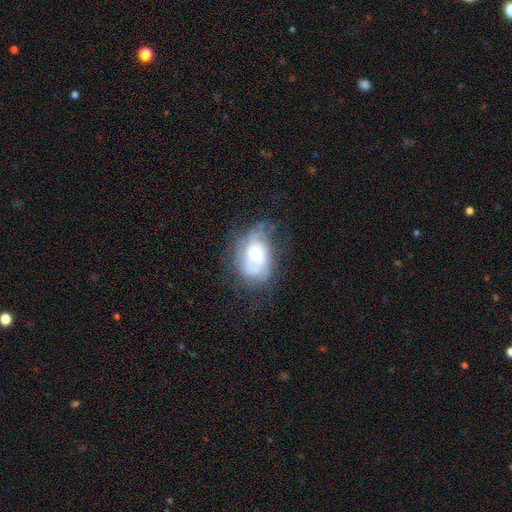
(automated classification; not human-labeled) A featured or disk galaxy (58%) with no bar (72%), spiral arms (77%) and a moderate central bulge (39%). Merging: none (49%).